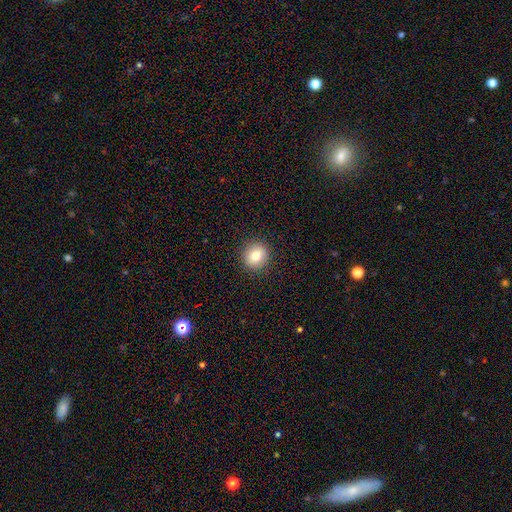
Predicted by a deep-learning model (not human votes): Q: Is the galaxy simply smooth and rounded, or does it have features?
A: smooth — 80%.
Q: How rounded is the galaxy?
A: round — 89%.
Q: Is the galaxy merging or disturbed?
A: none — 91%.